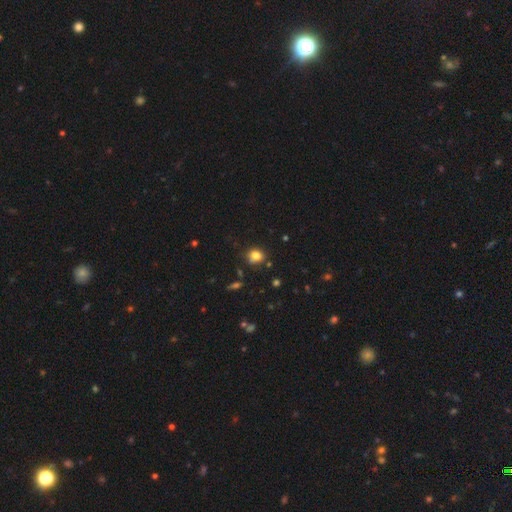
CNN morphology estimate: Q: Smooth or featured?
A: smooth (81%); runner-up: star or artifact (13%)
Q: How rounded?
A: round (71%); runner-up: in between (28%)
Q: Merging?
A: none (77%); runner-up: minor disturbance (15%)